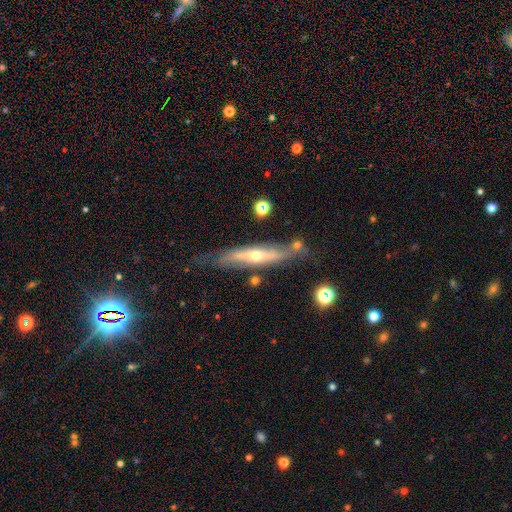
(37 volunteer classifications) Q: Smooth or featured?
A: featured or disk (70%); runner-up: smooth (27%)
Q: Edge-on disk?
A: yes (65%); runner-up: no (35%)
Q: Edge-on bulge?
A: rounded (94%); runner-up: boxy (6%)
Q: Merging?
A: none (47%); runner-up: minor disturbance (33%)